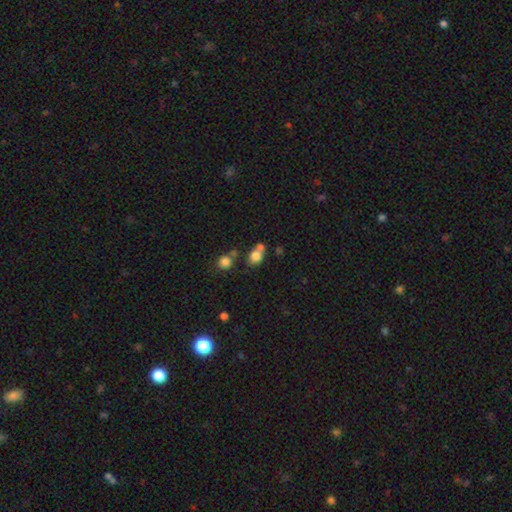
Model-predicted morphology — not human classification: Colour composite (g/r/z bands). It shows a smooth galaxy with no disk features (77%) that is round (57%). Merging: none (47%).